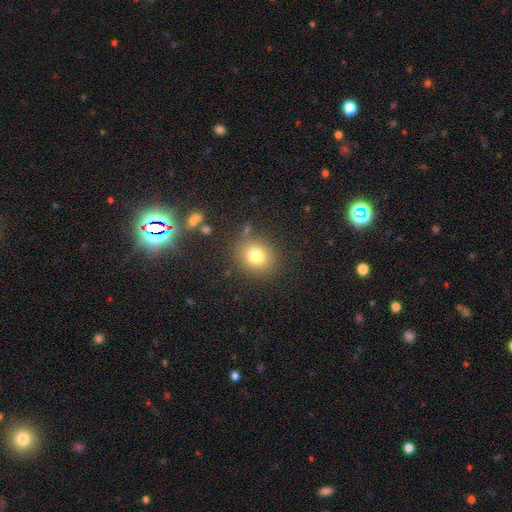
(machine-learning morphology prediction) Q: Smooth or featured?
A: smooth (78%); runner-up: star or artifact (13%)
Q: How rounded?
A: round (72%); runner-up: in between (27%)
Q: Merging?
A: none (81%); runner-up: minor disturbance (11%)